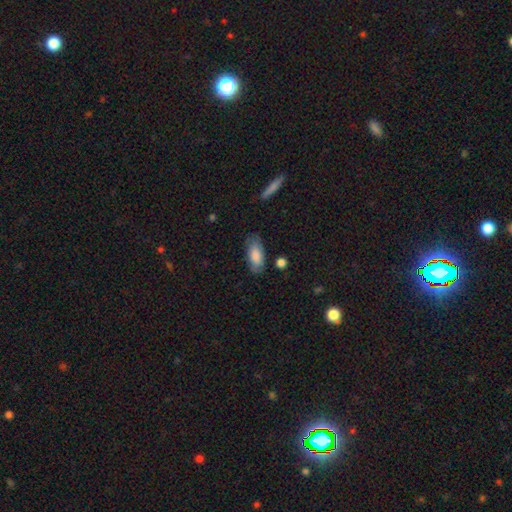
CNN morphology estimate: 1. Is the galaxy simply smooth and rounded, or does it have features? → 80% smooth, 14% featured or disk, 6% star or artifact.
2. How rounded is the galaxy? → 88% in between, 9% cigar-shaped, 2% round.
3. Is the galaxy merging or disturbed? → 75% none, 19% minor disturbance, 4% major disturbance, 2% merger.